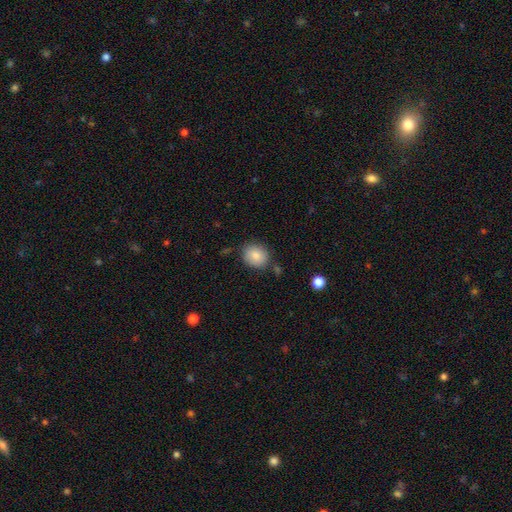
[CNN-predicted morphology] type=smooth (85%); roundness=round (71%); merging=none (81%).